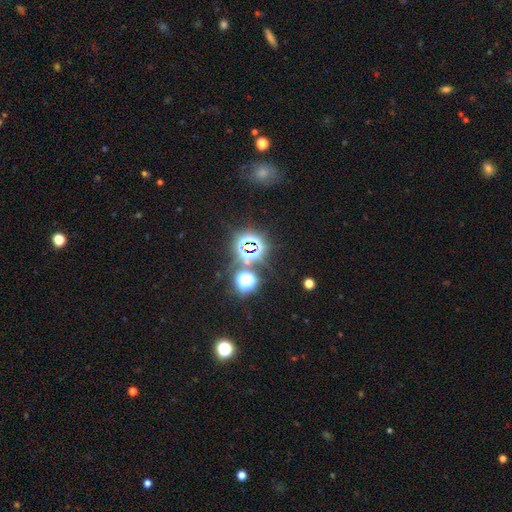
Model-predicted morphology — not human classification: Overall: star or artifact (77%).